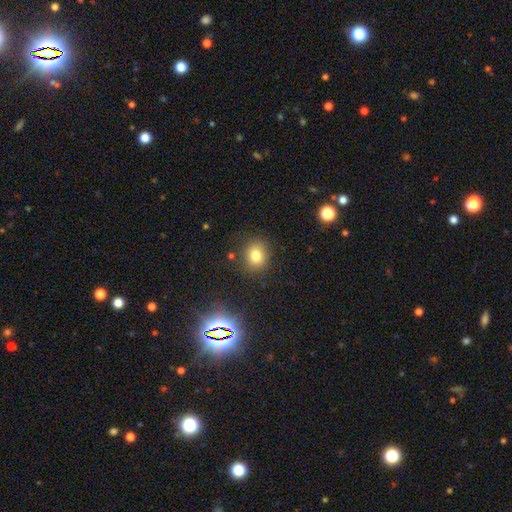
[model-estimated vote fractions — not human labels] This appears to be a smooth galaxy with no disk features (78%) that is round (67%). Merging: none (84%).